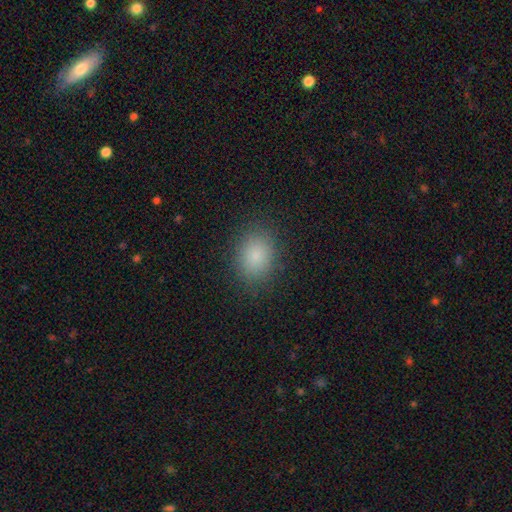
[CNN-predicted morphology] Smooth or featured? Predicted: smooth (p=0.84). How rounded? Predicted: in between (p=0.53). Merging? Predicted: none (p=0.86).